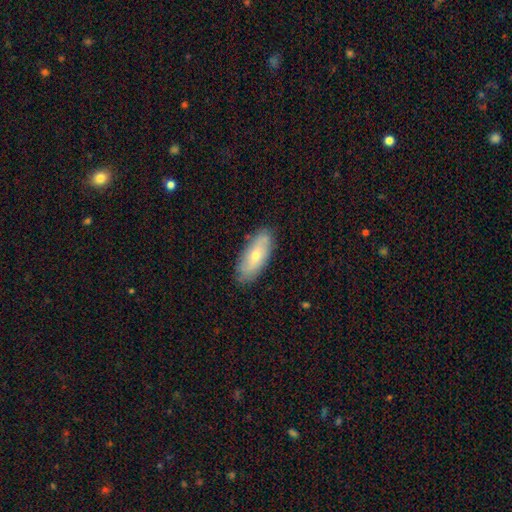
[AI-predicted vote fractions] This appears to be a smooth galaxy with no disk features (58%) that is in between round and cigar-shaped (78%). Merging: none (83%).